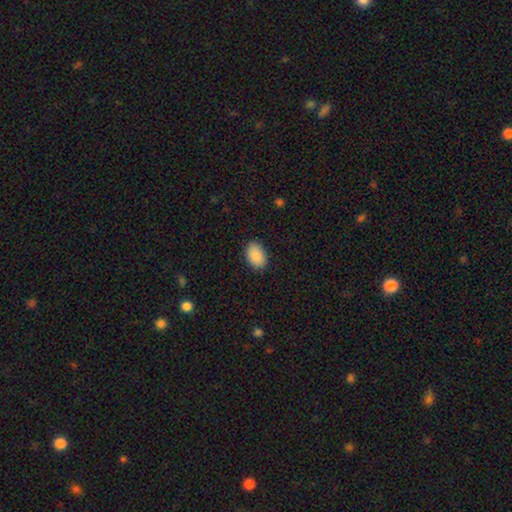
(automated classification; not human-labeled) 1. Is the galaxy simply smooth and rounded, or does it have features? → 90% smooth, 7% star or artifact, 4% featured or disk.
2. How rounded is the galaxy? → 90% in between, 9% round, 1% cigar-shaped.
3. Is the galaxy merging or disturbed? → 86% none, 10% minor disturbance, 2% major disturbance, 1% merger.